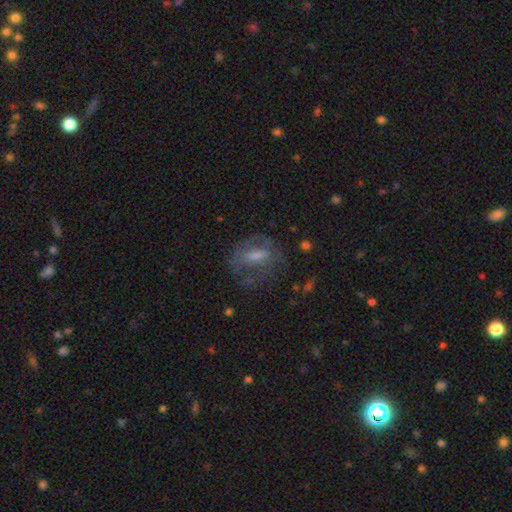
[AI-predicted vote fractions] smooth-or-featured: featured or disk: 50% | smooth: 39% | star or artifact: 11%
  merging: none: 53% | major disturbance: 23% | minor disturbance: 22% | merger: 2%